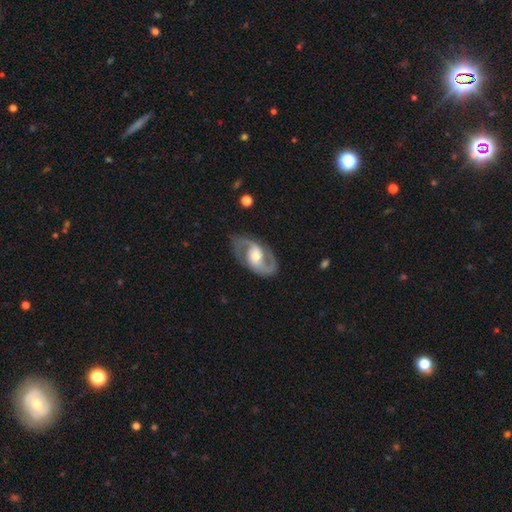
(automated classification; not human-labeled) The model was most divided on "bar": weak: 41%, no: 36%, strong: 23%. More confident: edge-on disk — no (97%); spiral arms — yes (95%); spiral arm count — 2 (93%); smooth or featured — featured or disk (88%); merging — none (81%); bulge size — moderate (61%); spiral winding — medium (56%).